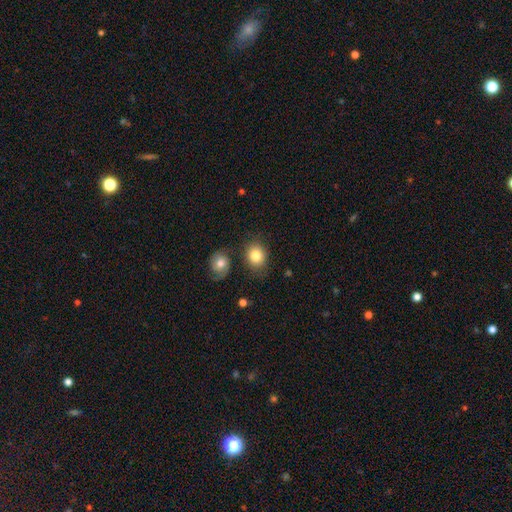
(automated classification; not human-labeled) smooth 83%, featured or disk 9%, star or artifact 8%. Down the decision tree: how rounded — round (53%); merging — none (76%).